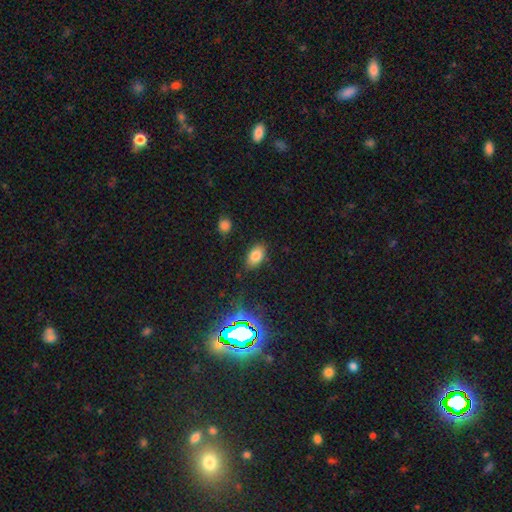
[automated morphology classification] Smooth or featured?
  - smooth: 76% *
  - star or artifact: 15%
  - featured or disk: 9%
How rounded?
  - in between: 88% *
  - round: 10%
  - cigar-shaped: 2%
Merging?
  - none: 83% *
  - minor disturbance: 12%
  - major disturbance: 3%
  - merger: 2%